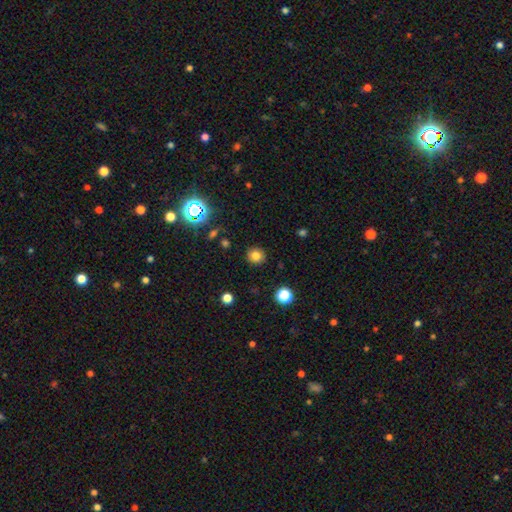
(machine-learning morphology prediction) Smooth or featured?
  - smooth: 80% *
  - star or artifact: 14%
  - featured or disk: 6%
How rounded?
  - round: 89% *
  - in between: 10%
  - cigar-shaped: 1%
Merging?
  - none: 90% *
  - minor disturbance: 7%
  - major disturbance: 2%
  - merger: 1%